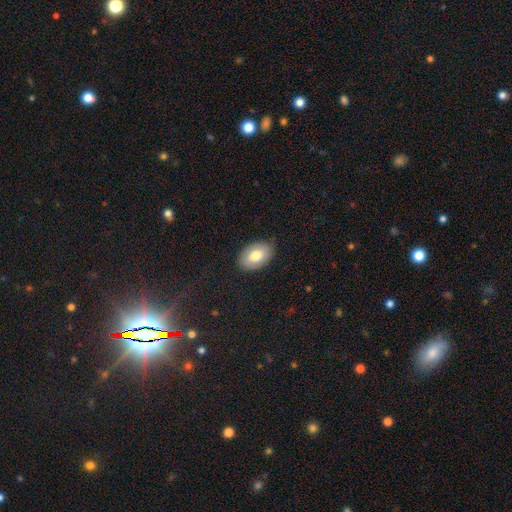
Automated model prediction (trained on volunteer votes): Smooth or featured: smooth — 73% (featured or disk — 20%)
How rounded: in between — 90% (round — 9%)
Merging: none — 83% (minor disturbance — 14%)